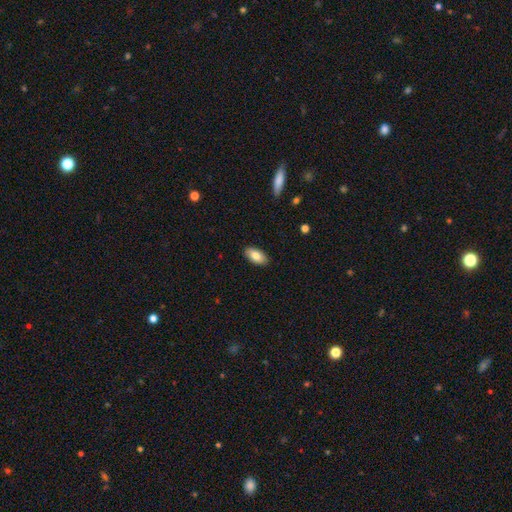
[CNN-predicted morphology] This is clearly a smooth galaxy (82%). How rounded: clearly in between (94%). Merging: clearly none (88%).